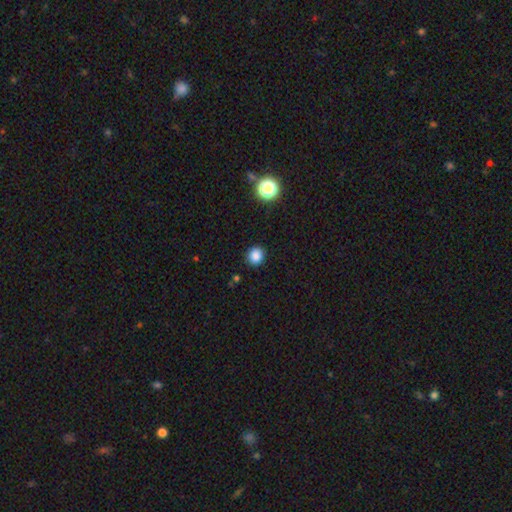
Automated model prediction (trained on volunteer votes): A smooth galaxy with no disk features (84%) that is round (85%).

Vote fractions:
- Smooth or featured? smooth: 84% / star or artifact: 12% / featured or disk: 3%
- How rounded? round: 85% / in between: 14% / cigar-shaped: 1%
- Merging? none: 90% / minor disturbance: 7% / major disturbance: 2% / merger: 1%